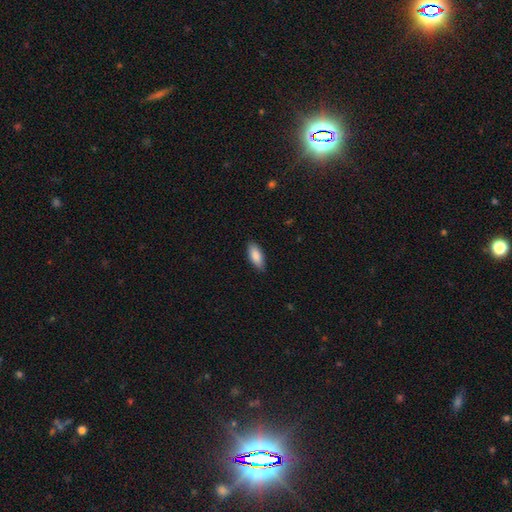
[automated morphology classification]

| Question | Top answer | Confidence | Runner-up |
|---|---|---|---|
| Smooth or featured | smooth | 87% | featured or disk (7%) |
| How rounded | in between | 81% | cigar-shaped (17%) |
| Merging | none | 85% | minor disturbance (12%) |